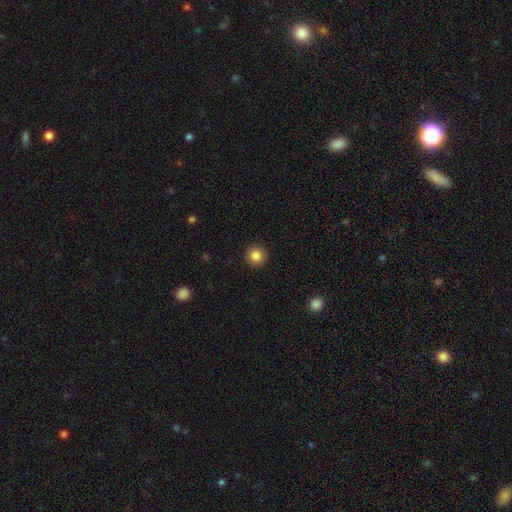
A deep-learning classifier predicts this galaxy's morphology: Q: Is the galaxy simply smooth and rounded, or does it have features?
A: smooth — 85%.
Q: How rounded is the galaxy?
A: round — 95%.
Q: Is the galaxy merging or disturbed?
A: none — 92%.